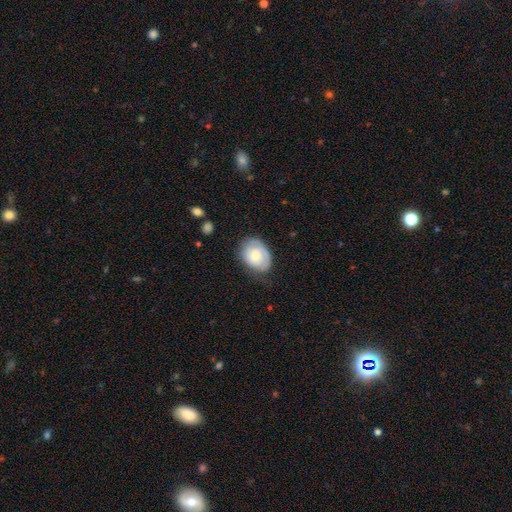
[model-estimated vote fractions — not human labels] Smooth or featured: smooth — 65% (featured or disk — 29%)
How rounded: in between — 71% (round — 28%)
Merging: none — 65% (minor disturbance — 26%)